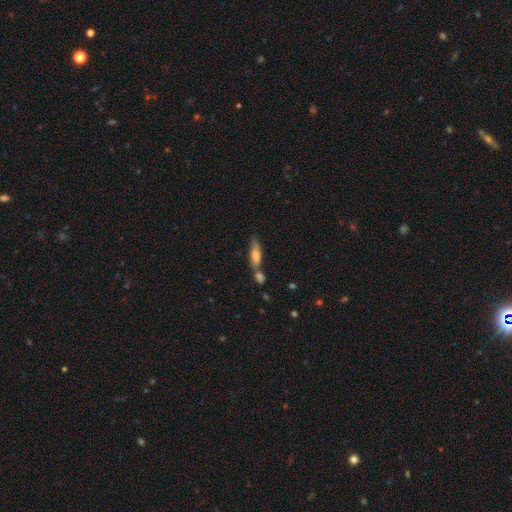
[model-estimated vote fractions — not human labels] The model was most divided on "merging": none: 41%, merger: 40%, minor disturbance: 14%, major disturbance: 5%. More confident: smooth or featured — smooth (69%); how rounded — cigar-shaped (56%).